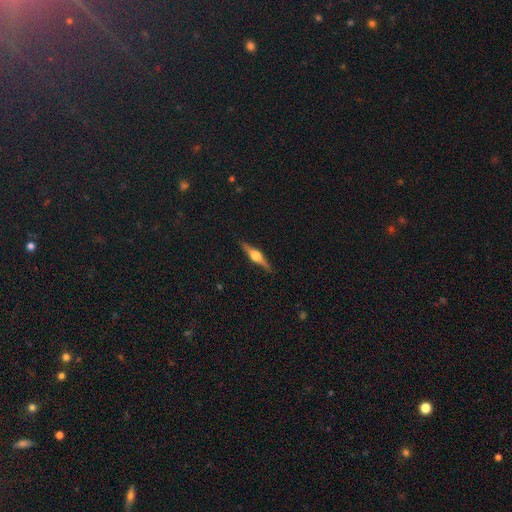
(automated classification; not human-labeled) Overall: featured or disk (78%). Edge-on disk: yes (98%). Edge-on bulge: rounded (94%). Merging: none (90%).